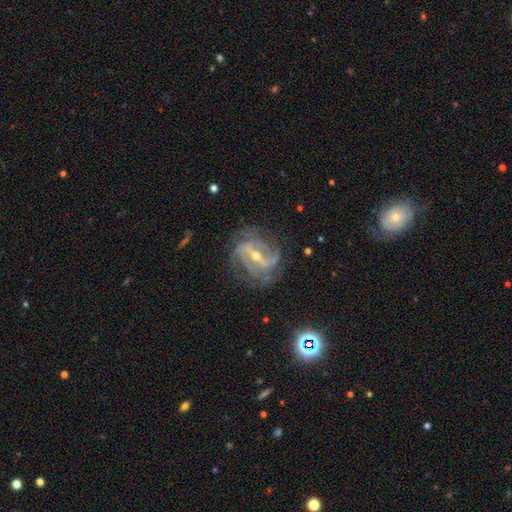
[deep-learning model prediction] Smooth or featured? Predicted: featured or disk (p=0.89). Edge-on disk? Predicted: no (p=0.96). Bar? Predicted: strong (p=0.58). Spiral arms? Predicted: yes (p=0.97). Spiral winding? Predicted: medium (p=0.45). Spiral arm count? Predicted: 2 (p=0.40). Bulge size? Predicted: moderate (p=0.49). Merging? Predicted: none (p=0.71).